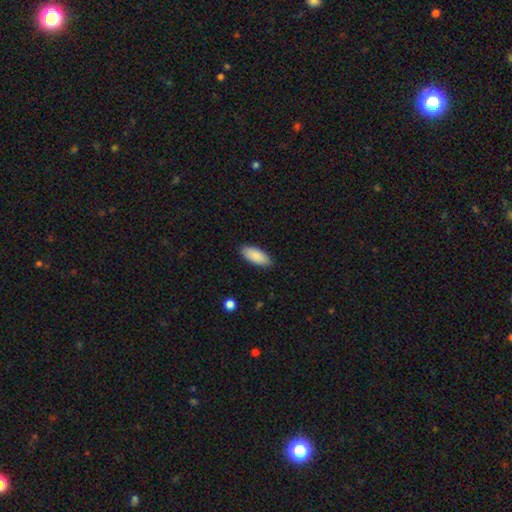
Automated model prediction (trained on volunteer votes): Q: Smooth or featured?
A: smooth (89%); runner-up: star or artifact (6%)
Q: How rounded?
A: in between (84%); runner-up: cigar-shaped (14%)
Q: Merging?
A: none (87%); runner-up: minor disturbance (10%)